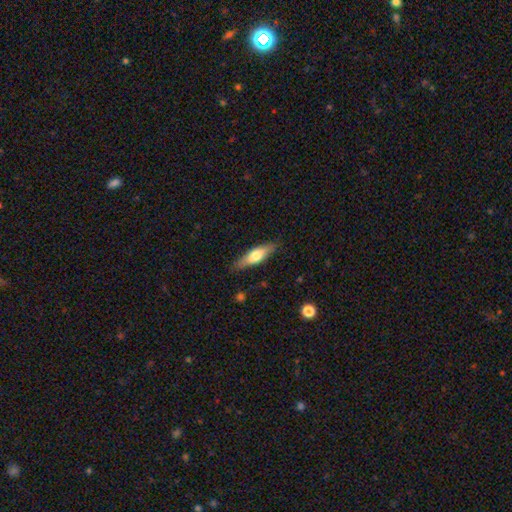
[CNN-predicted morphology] The model was most divided on "smooth or featured": smooth: 56%, featured or disk: 38%, star or artifact: 6%. More confident: merging — none (86%); how rounded — cigar-shaped (59%).